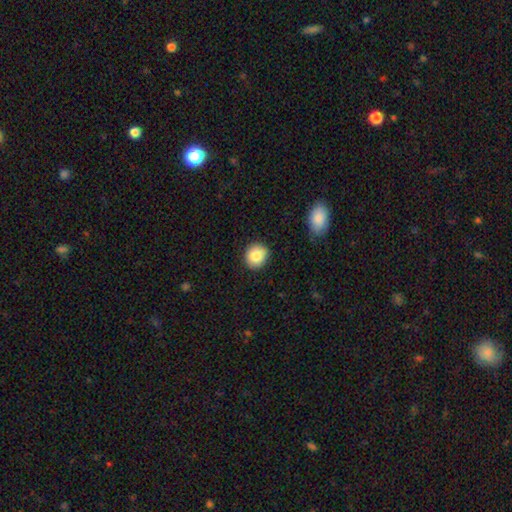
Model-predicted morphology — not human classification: smooth 85%, star or artifact 8%, featured or disk 7%. Down the decision tree: how rounded — round (85%); merging — none (88%).